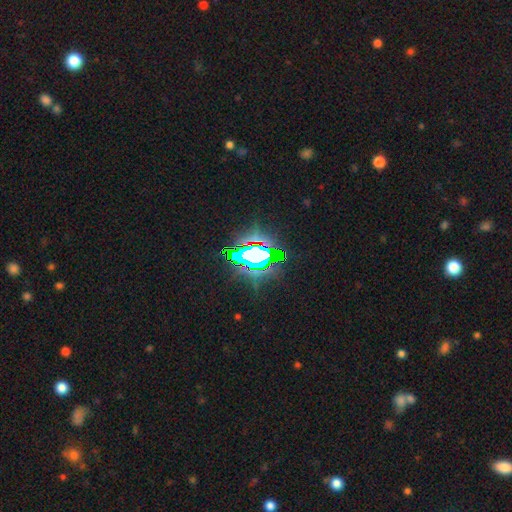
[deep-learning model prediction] A star or artifact, not a galaxy (66%).